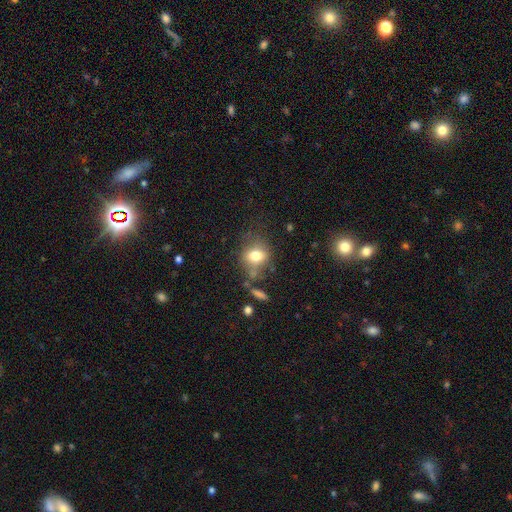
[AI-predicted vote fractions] smooth 74%, featured or disk 15%, star or artifact 11%. Down the decision tree: how rounded — in between (50%); merging — none (61%).